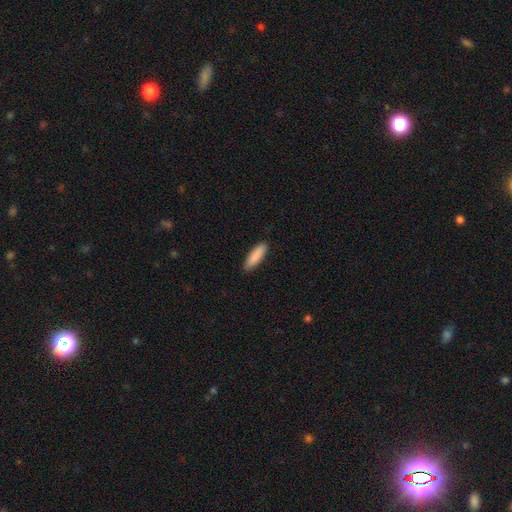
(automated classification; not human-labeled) A smooth galaxy with no disk features (89%) that is cigar-shaped (57%). Merging: none (88%).